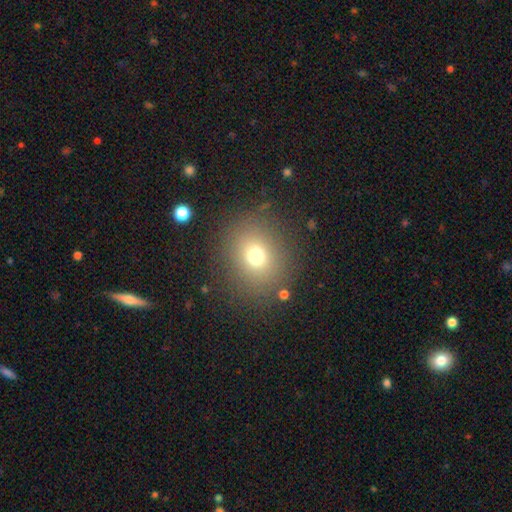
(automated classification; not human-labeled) Smooth or featured?
  - smooth: 70% *
  - star or artifact: 18%
  - featured or disk: 11%
How rounded?
  - round: 70% *
  - in between: 29%
  - cigar-shaped: 1%
Merging?
  - none: 84% *
  - minor disturbance: 9%
  - major disturbance: 5%
  - merger: 2%